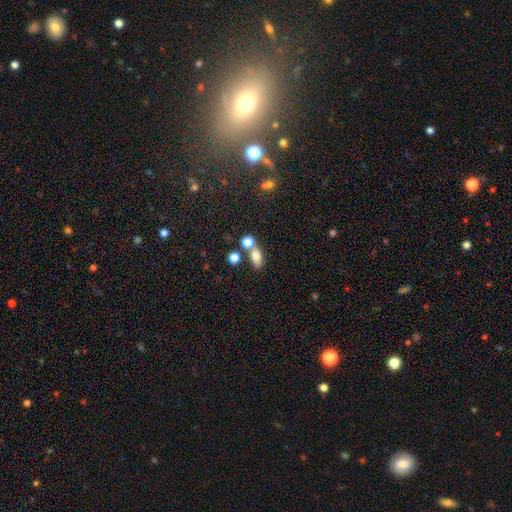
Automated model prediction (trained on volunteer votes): smooth 77%, featured or disk 12%, star or artifact 11%. Down the decision tree: how rounded — in between (76%); merging — none (52%).